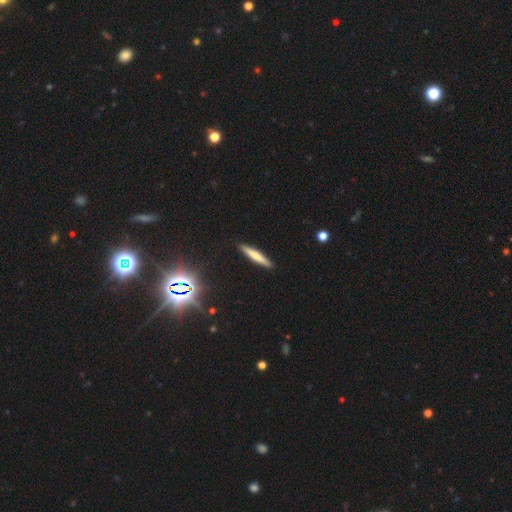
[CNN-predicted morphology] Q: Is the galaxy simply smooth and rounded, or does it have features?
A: smooth — 64%.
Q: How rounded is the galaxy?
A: cigar-shaped — 92%.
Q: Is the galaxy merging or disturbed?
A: none — 91%.